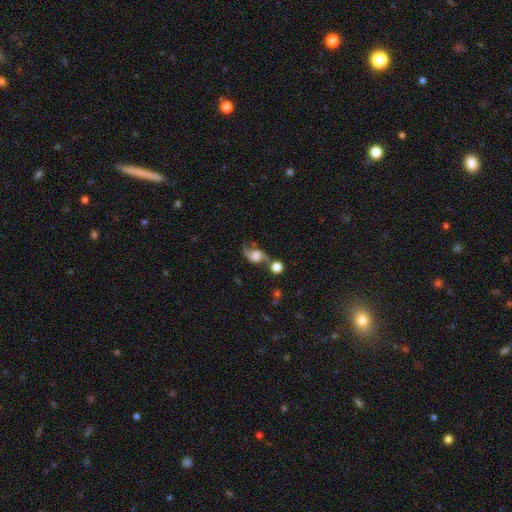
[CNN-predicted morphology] type=featured or disk (60%); edge-on=no (94%); bar=no (63%); spiral arms=yes (88%); bulge=large (35%); merging=none (44%).